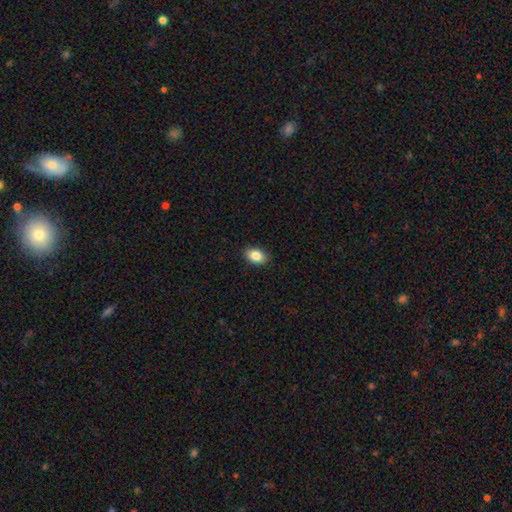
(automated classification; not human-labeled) Smooth or featured? smooth (86%)
How rounded? in between (84%)
Merging? none (89%)